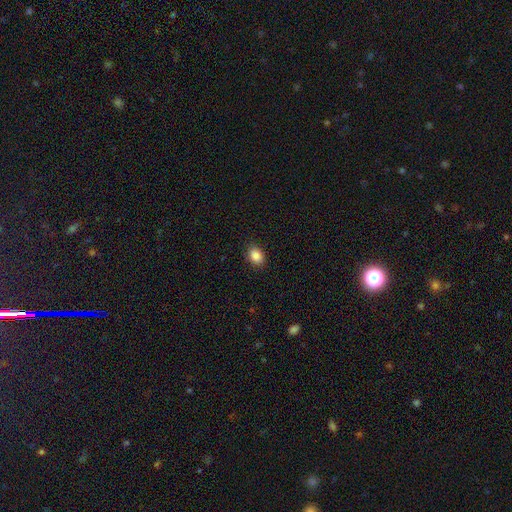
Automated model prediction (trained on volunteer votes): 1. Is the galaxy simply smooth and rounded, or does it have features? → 88% smooth, 9% star or artifact, 4% featured or disk.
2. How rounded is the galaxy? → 70% in between, 29% round, 1% cigar-shaped.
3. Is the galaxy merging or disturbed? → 87% none, 10% minor disturbance, 2% major disturbance, 1% merger.